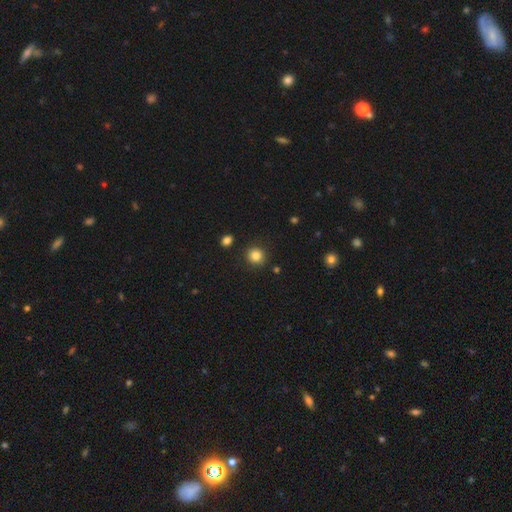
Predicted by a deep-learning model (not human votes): Morphology: type=smooth (84%); roundness=round (90%); merging=none (88%).